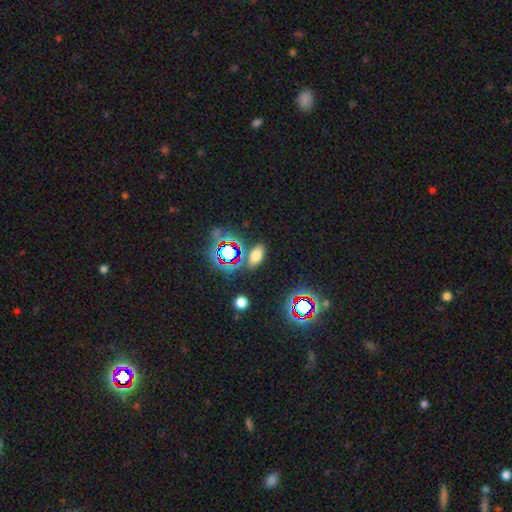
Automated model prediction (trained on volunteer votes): smooth-or-featured: smooth: 63% | star or artifact: 26% | featured or disk: 10%
  how-rounded: in between: 86% | round: 9% | cigar-shaped: 6%
  merging: none: 80% | minor disturbance: 10% | merger: 5% | major disturbance: 4%